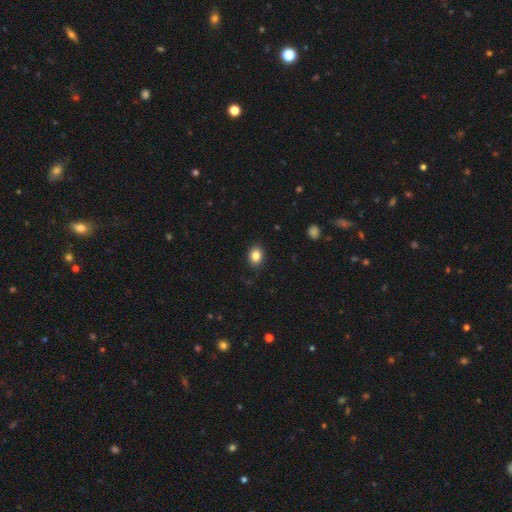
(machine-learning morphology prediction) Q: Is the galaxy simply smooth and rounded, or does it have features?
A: smooth — 86%.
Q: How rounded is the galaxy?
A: in between — 62%.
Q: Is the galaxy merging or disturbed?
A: none — 87%.